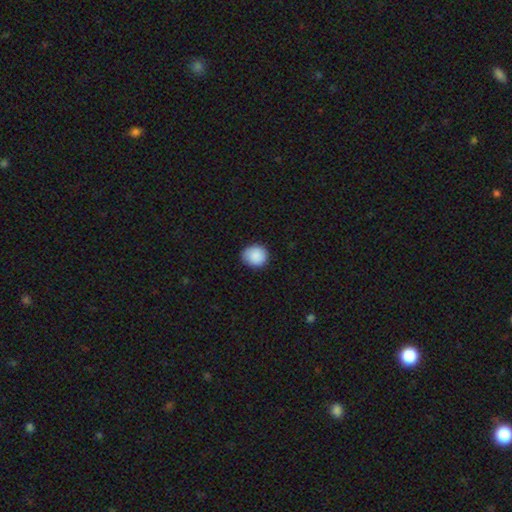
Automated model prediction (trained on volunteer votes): Morphology: type=smooth (89%); roundness=round (83%); merging=none (82%).